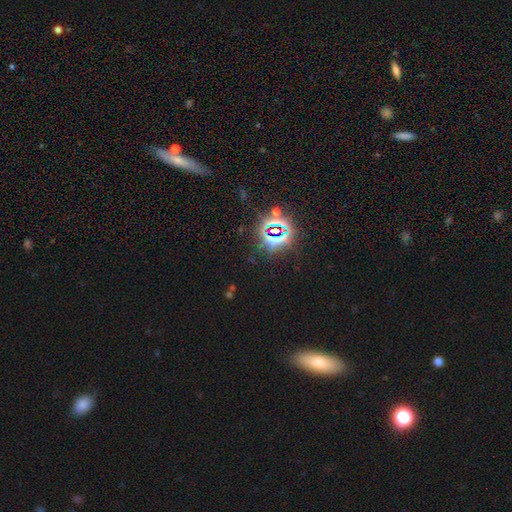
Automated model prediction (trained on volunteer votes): A star or artifact, not a galaxy (73%).